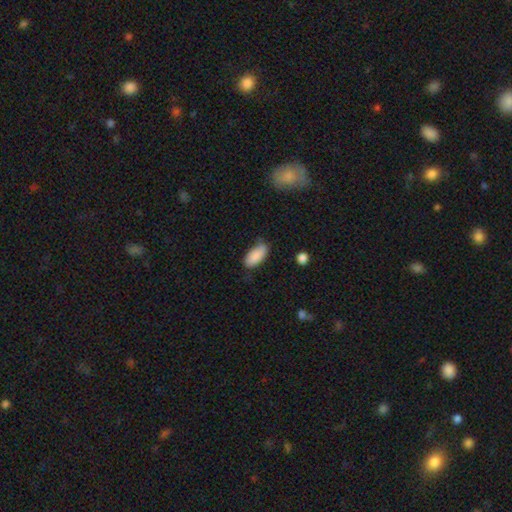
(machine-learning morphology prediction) A smooth galaxy with no disk features (88%) that is in between round and cigar-shaped (92%). Merging: none (67%).